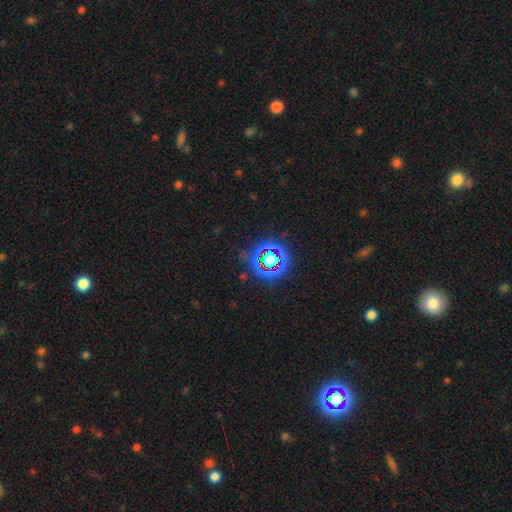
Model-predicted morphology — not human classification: smooth-or-featured: star or artifact: 68% | smooth: 24% | featured or disk: 8%